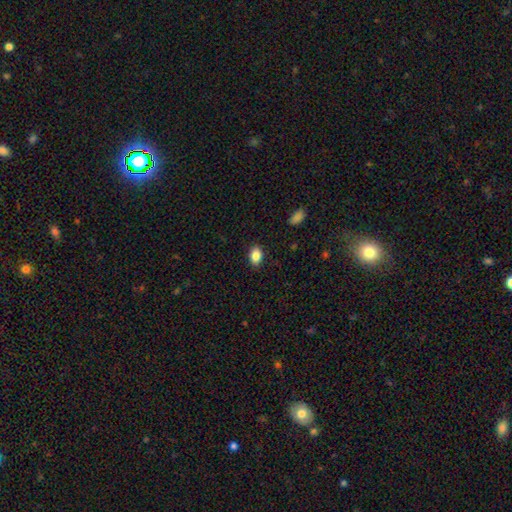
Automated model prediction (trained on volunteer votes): Morphology: type=smooth (87%); roundness=in between (87%); merging=none (88%).